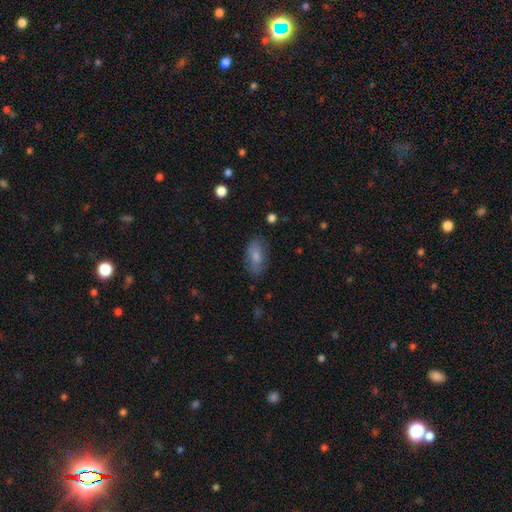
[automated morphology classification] smooth 73%, featured or disk 19%, star or artifact 8%. Down the decision tree: how rounded — in between (89%); merging — none (78%).